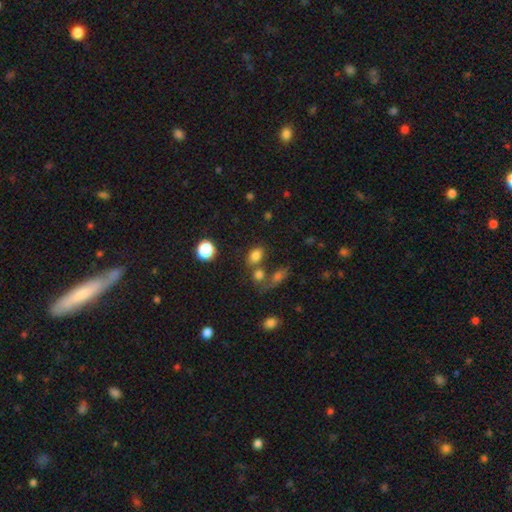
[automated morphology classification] A smooth galaxy with no disk features (79%) that is in between round and cigar-shaped (75%).

Vote fractions:
- Smooth or featured? smooth: 79% / star or artifact: 14% / featured or disk: 7%
- How rounded? in between: 75% / round: 23% / cigar-shaped: 2%
- Merging? none: 58% / merger: 23% / minor disturbance: 13% / major disturbance: 6%